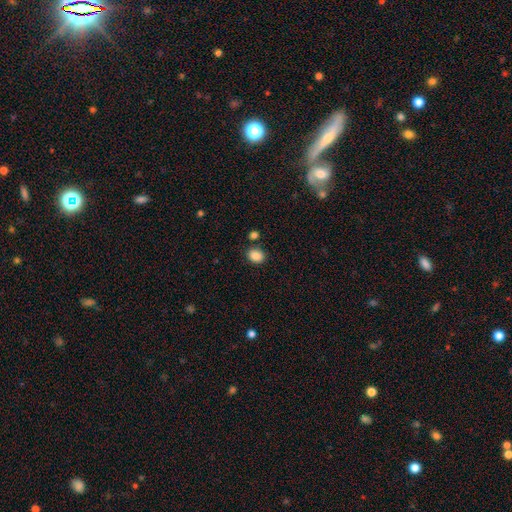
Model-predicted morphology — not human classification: smooth-or-featured: smooth: 87% | star or artifact: 9% | featured or disk: 4%
  how-rounded: in between: 50% | round: 49% | cigar-shaped: 1%
  merging: none: 80% | minor disturbance: 10% | merger: 7% | major disturbance: 3%